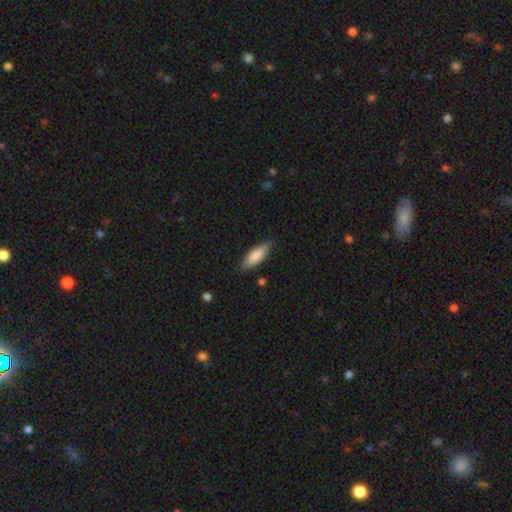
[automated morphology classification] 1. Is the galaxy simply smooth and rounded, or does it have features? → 82% smooth, 12% featured or disk, 6% star or artifact.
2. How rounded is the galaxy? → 60% in between, 39% cigar-shaped, 2% round.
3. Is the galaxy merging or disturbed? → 82% none, 14% minor disturbance, 3% major disturbance, 2% merger.